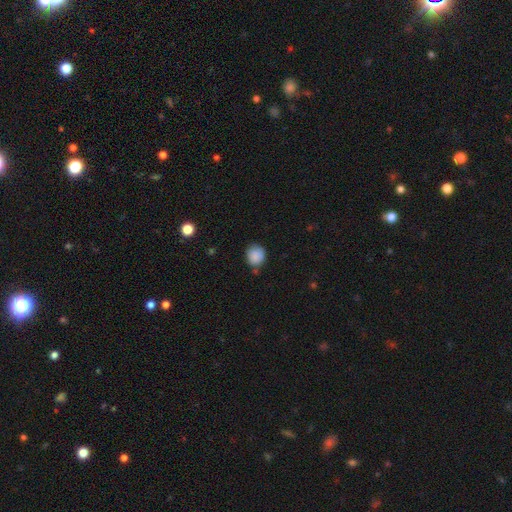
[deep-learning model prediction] This appears to be a smooth galaxy with no disk features (87%) that is round (85%). Merging: none (75%).